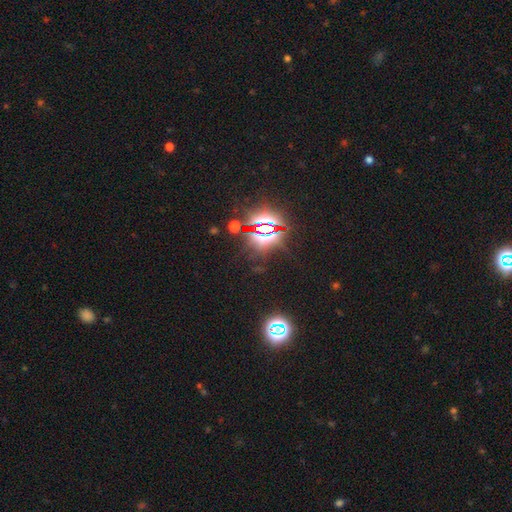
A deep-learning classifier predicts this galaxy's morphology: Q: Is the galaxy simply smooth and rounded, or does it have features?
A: star or artifact — 84%.